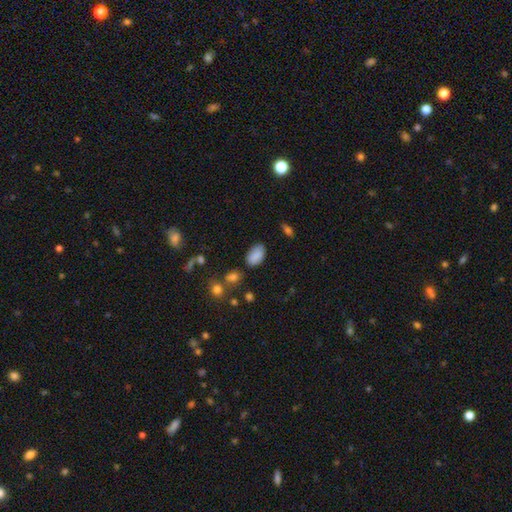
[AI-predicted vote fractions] Q: Smooth or featured?
A: smooth (85%); runner-up: star or artifact (9%)
Q: How rounded?
A: in between (92%); runner-up: round (7%)
Q: Merging?
A: none (77%); runner-up: minor disturbance (16%)